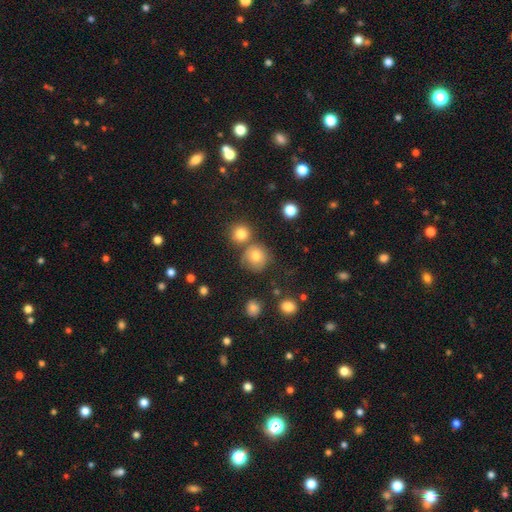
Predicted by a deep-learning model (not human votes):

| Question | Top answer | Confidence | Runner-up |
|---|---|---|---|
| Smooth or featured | smooth | 77% | star or artifact (12%) |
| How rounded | round | 90% | in between (10%) |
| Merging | none | 64% | merger (17%) |